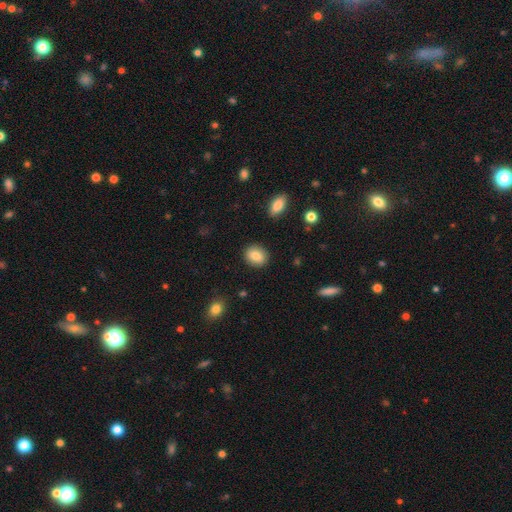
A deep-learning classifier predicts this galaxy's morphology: Smooth or featured: smooth — 84% (featured or disk — 8%)
How rounded: round — 58% (in between — 40%)
Merging: none — 89% (minor disturbance — 7%)